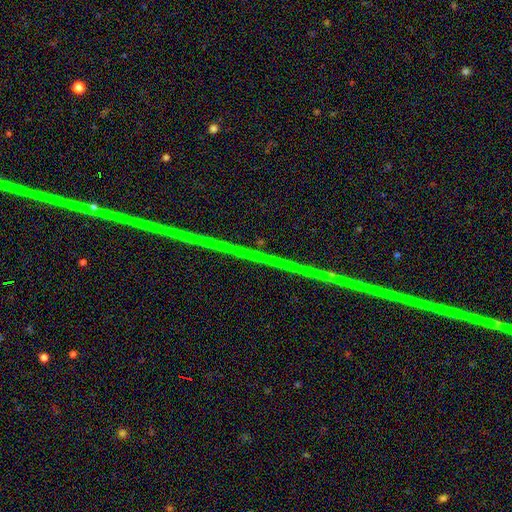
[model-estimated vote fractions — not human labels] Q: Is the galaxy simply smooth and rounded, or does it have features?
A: star or artifact — 78%.